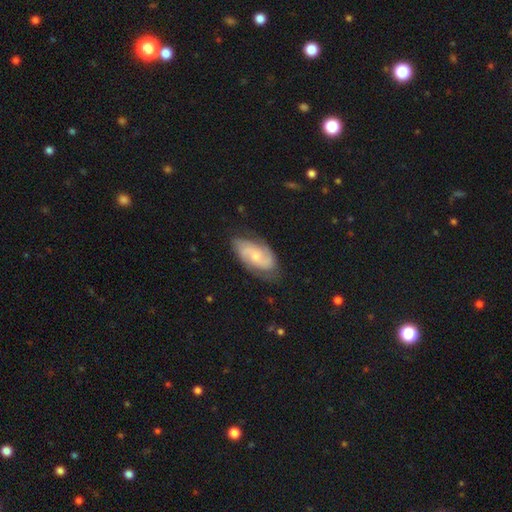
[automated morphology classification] Smooth or featured?
  - featured or disk: 73% *
  - smooth: 21%
  - star or artifact: 6%
Edge-on disk?
  - no: 95% *
  - yes: 5%
Bar?
  - no: 64% *
  - weak: 31%
  - strong: 5%
Spiral arms?
  - yes: 94% *
  - no: 6%
Spiral winding?
  - medium: 45% *
  - tight: 39%
  - loose: 17%
Spiral arm count?
  - 2: 66% *
  - can't tell: 16%
  - 3: 11%
  - 1: 3%
  - 4: 2%
  - more than 4: 2%
Bulge size?
  - small: 56% *
  - moderate: 37%
  - none: 4%
  - large: 2%
  - dominant: 1%
Merging?
  - none: 72% *
  - minor disturbance: 20%
  - major disturbance: 6%
  - merger: 1%